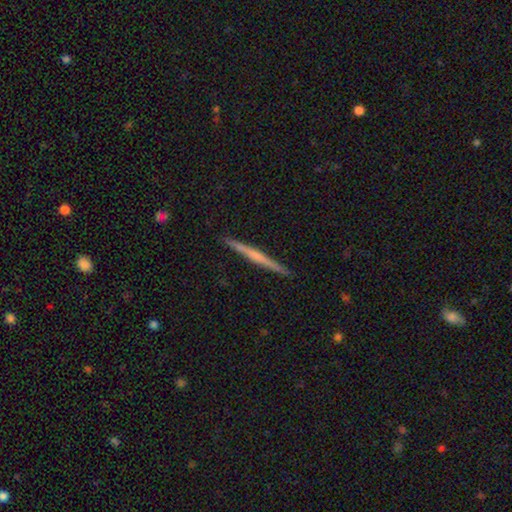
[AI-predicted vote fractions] featured or disk 60%, smooth 35%, star or artifact 6%. Down the decision tree: edge-on disk — yes (98%); edge-on bulge — none (63%); merging — none (92%).